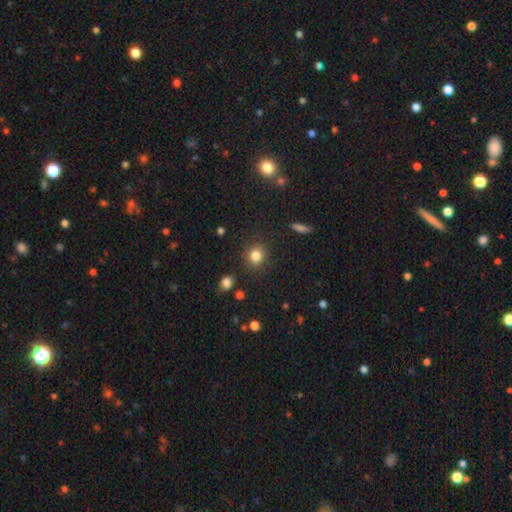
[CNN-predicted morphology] Smooth or featured? smooth (83%)
How rounded? round (81%)
Merging? none (87%)